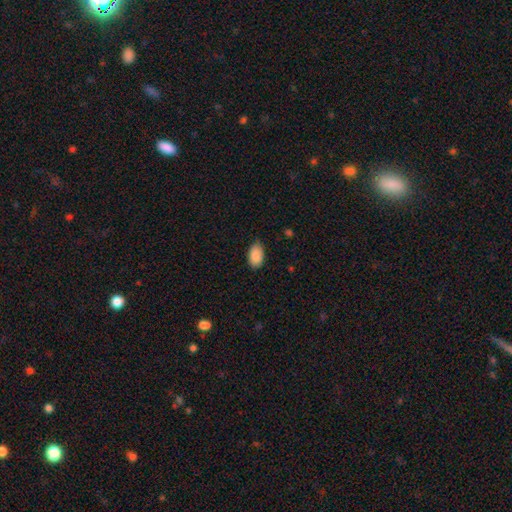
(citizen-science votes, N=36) smooth_or_featured: smooth (p=0.89) [alt: featured or disk p=0.08]
how_rounded: in between (p=0.94) [alt: round p=0.06]
merging: none (p=0.57) [alt: minor disturbance p=0.37]